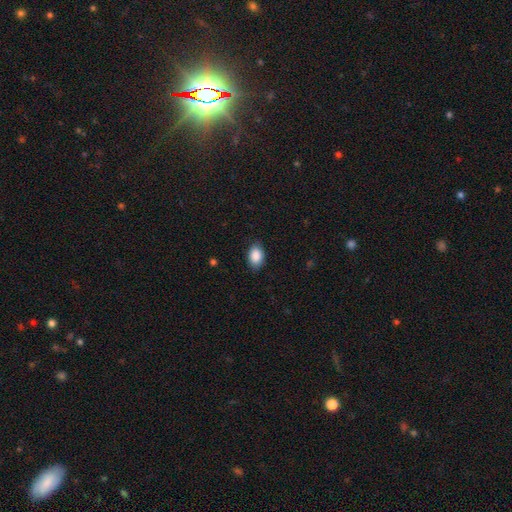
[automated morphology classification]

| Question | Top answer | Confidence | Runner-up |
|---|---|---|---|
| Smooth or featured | smooth | 89% | star or artifact (7%) |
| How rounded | in between | 86% | round (13%) |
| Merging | none | 85% | minor disturbance (11%) |